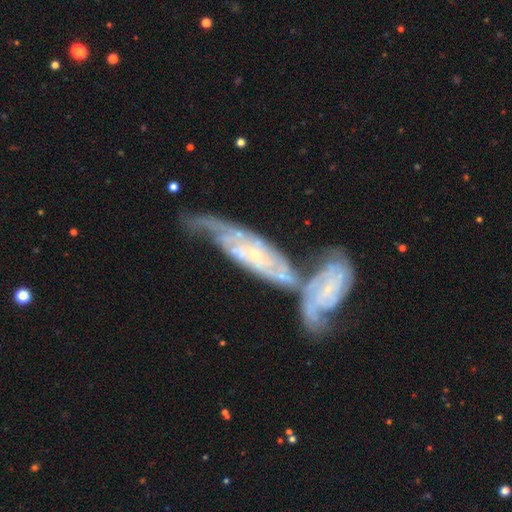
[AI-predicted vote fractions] Smooth or featured: featured or disk — 83% (smooth — 10%)
Edge-on disk: no — 84% (yes — 16%)
Bar: no — 57% (weak — 31%)
Spiral arms: yes — 94% (no — 6%)
Spiral winding: tight — 58% (medium — 31%)
Spiral arm count: 2 — 41% (can't tell — 37%)
Bulge size: small — 73% (moderate — 21%)
Merging: merger — 57% (none — 26%)